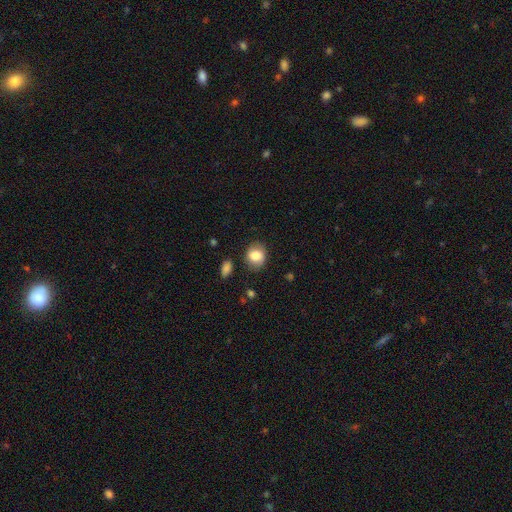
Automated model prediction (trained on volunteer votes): Smooth or featured: smooth — 80% (featured or disk — 12%)
How rounded: round — 56% (in between — 43%)
Merging: none — 78% (minor disturbance — 15%)